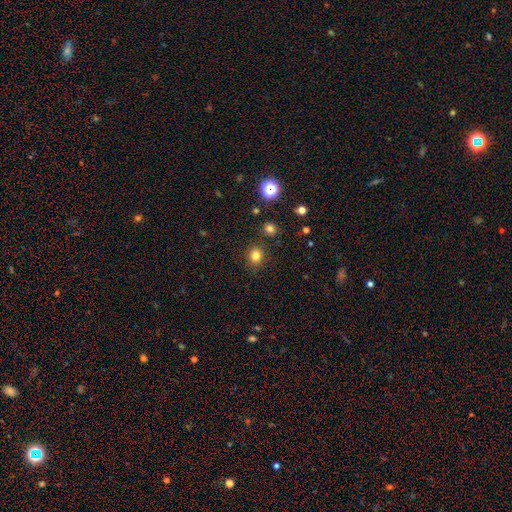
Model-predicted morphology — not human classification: Smooth or featured: smooth — 80% (star or artifact — 15%)
How rounded: round — 73% (in between — 26%)
Merging: none — 86% (minor disturbance — 8%)